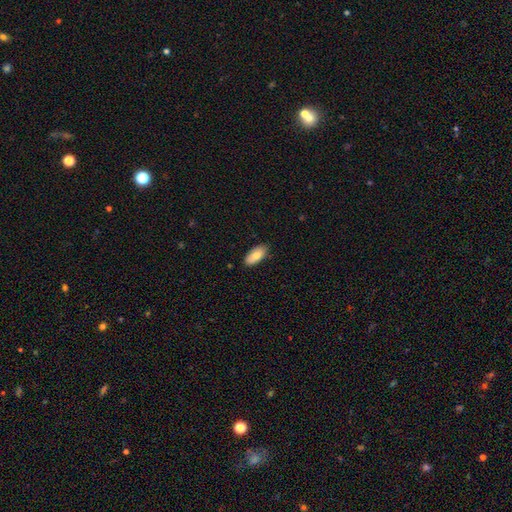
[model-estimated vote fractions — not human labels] smooth 79%, featured or disk 15%, star or artifact 6%. Down the decision tree: how rounded — in between (90%); merging — none (85%).